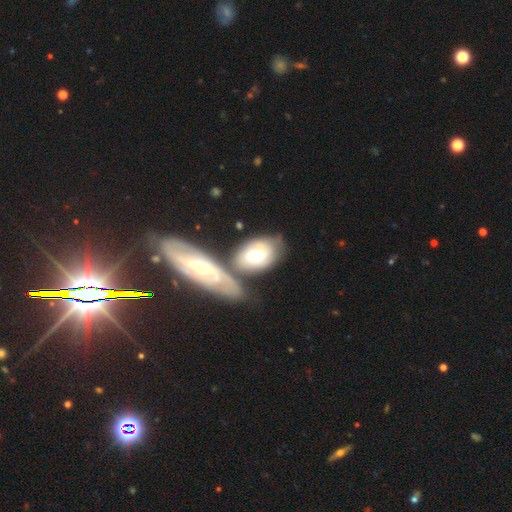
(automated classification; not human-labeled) Smooth or featured? featured or disk (54%)
Edge-on disk? no (89%)
Merging? merger (42%)